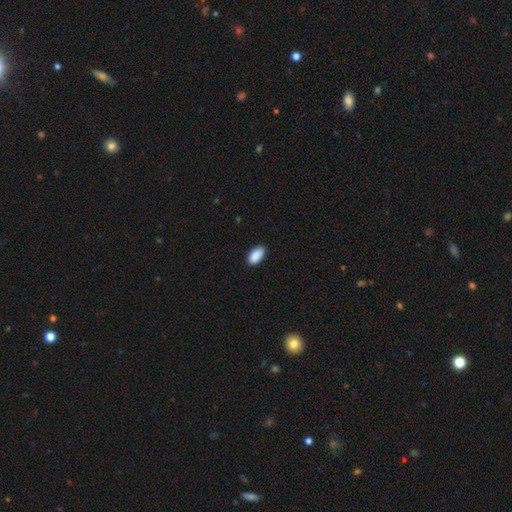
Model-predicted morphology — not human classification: Smooth or featured: smooth — 90% (star or artifact — 7%)
How rounded: in between — 94% (cigar-shaped — 4%)
Merging: none — 87% (minor disturbance — 10%)